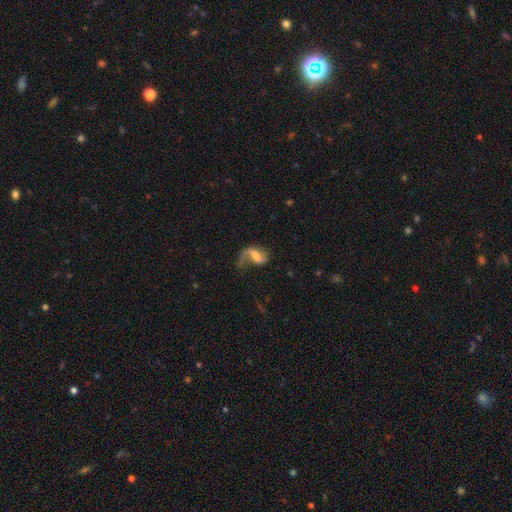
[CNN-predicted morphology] Smooth or featured? featured or disk (61%)
Edge-on disk? no (96%)
Bar? weak (43%)
Spiral arms? yes (85%)
Bulge size? none (38%)
Merging? major disturbance (44%)